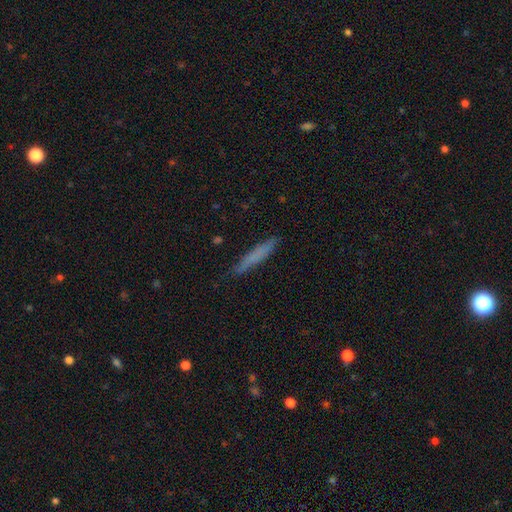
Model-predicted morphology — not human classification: Smooth or featured?
  - smooth: 68% *
  - featured or disk: 25%
  - star or artifact: 7%
How rounded?
  - cigar-shaped: 95% *
  - in between: 4%
  - round: 1%
Merging?
  - none: 85% *
  - minor disturbance: 11%
  - major disturbance: 2%
  - merger: 1%